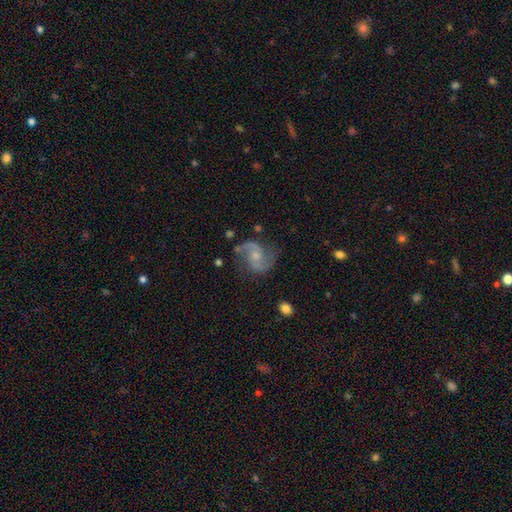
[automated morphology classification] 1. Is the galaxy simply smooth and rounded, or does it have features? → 88% featured or disk, 7% smooth, 6% star or artifact.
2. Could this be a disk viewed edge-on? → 98% no, 2% yes.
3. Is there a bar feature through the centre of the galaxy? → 60% no, 34% weak, 7% strong.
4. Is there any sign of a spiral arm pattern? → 97% yes, 3% no.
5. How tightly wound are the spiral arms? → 52% medium, 35% loose, 12% tight.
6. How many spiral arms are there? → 92% 2, 2% can't tell, 2% 1, 1% 3, 1% 4, 1% more than 4.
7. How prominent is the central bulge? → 52% small, 40% moderate, 5% none, 2% large, 1% dominant.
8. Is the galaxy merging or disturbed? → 72% none, 18% minor disturbance, 8% major disturbance, 2% merger.